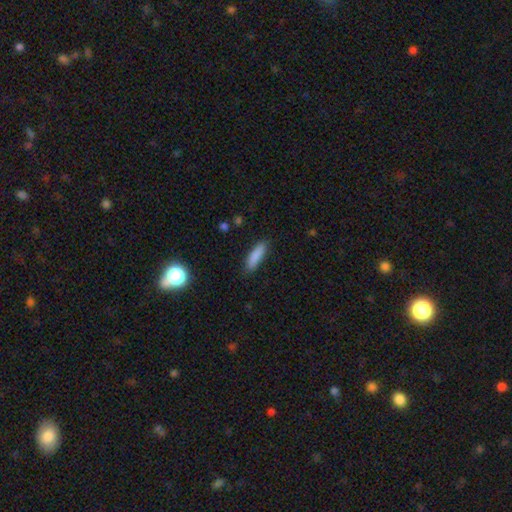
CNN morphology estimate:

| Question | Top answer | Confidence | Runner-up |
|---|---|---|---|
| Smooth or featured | smooth | 87% | star or artifact (7%) |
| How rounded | cigar-shaped | 59% | in between (40%) |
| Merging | none | 83% | minor disturbance (13%) |